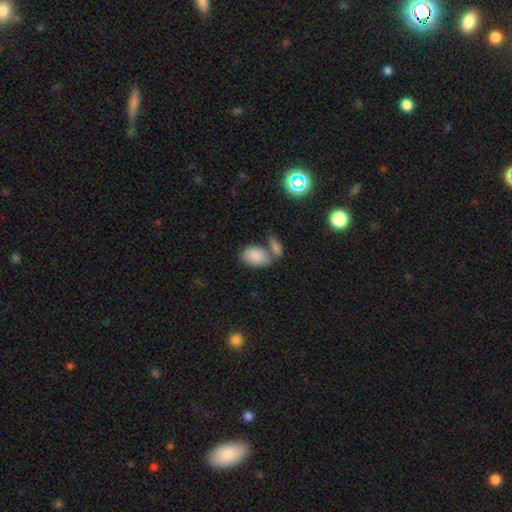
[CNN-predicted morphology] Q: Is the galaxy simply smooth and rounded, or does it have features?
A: smooth — 85%.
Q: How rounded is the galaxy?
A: in between — 90%.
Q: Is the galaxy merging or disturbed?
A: none — 45%.